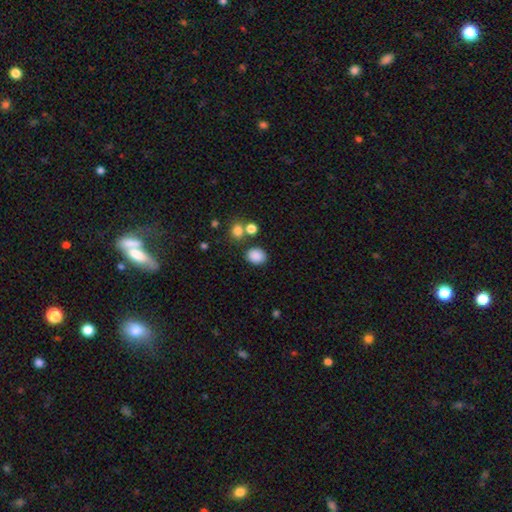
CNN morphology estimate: type=smooth (86%); roundness=round (50%); merging=none (78%).